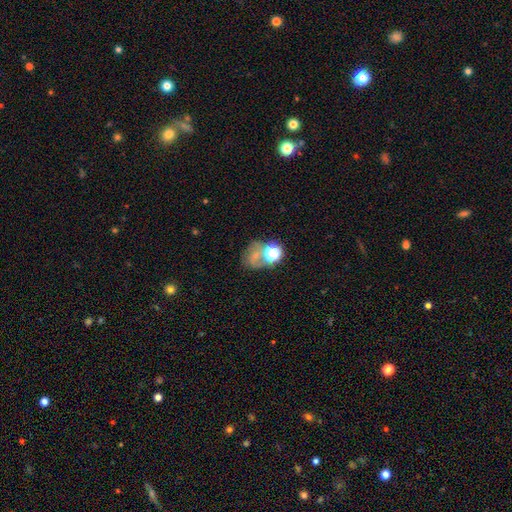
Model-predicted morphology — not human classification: smooth_or_featured: smooth (p=0.44) [alt: featured or disk p=0.30]
merging: none (p=0.36) [alt: major disturbance p=0.24]